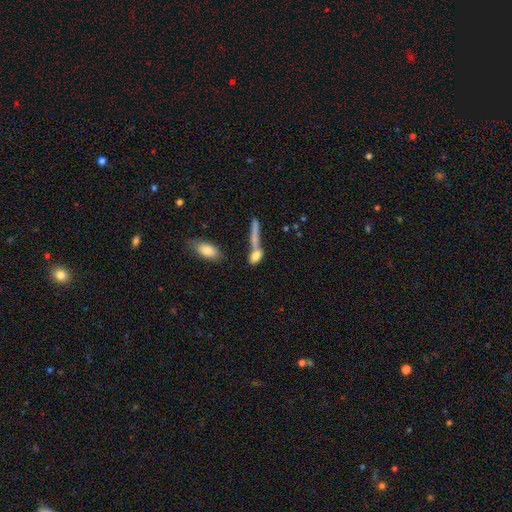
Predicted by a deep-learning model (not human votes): smooth_or_featured: smooth (p=0.73) [alt: featured or disk p=0.18]
how_rounded: in between (p=0.52) [alt: cigar-shaped p=0.34]
merging: none (p=0.42) [alt: merger p=0.36]